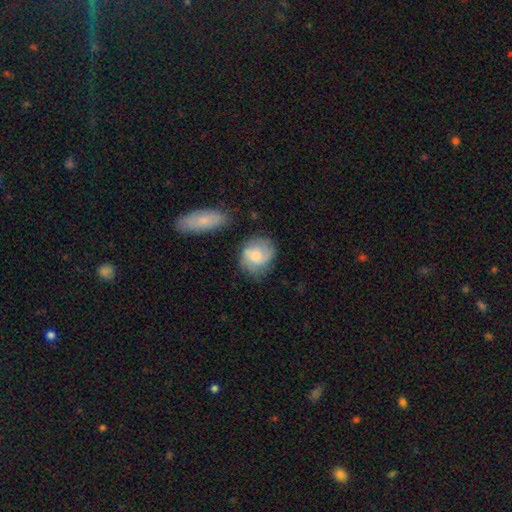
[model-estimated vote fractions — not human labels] Smooth or featured? Predicted: smooth (p=0.47). Merging? Predicted: none (p=0.65).